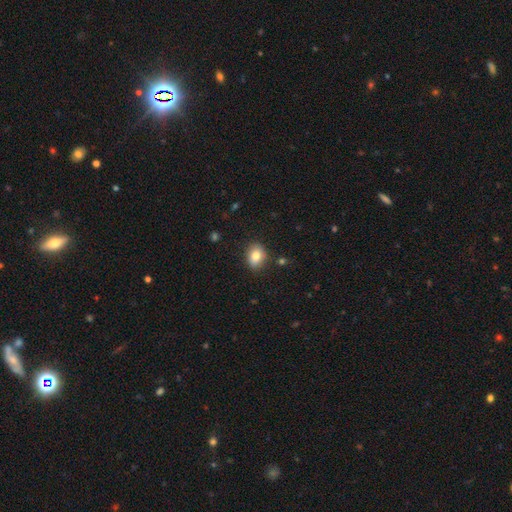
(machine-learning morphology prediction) Q: Smooth or featured?
A: smooth (82%); runner-up: featured or disk (10%)
Q: How rounded?
A: in between (63%); runner-up: round (36%)
Q: Merging?
A: none (85%); runner-up: minor disturbance (11%)